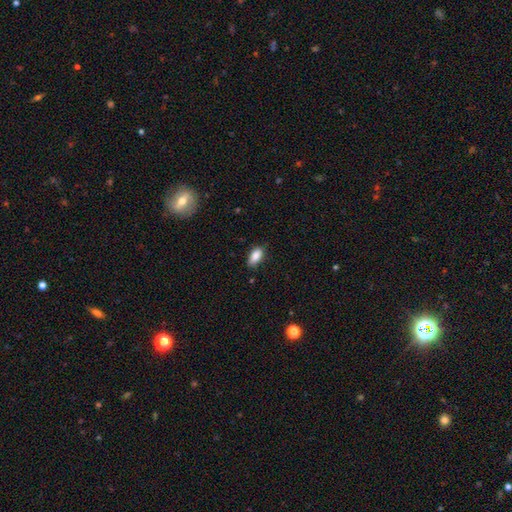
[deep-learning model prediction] This is clearly a smooth galaxy (85%). How rounded: clearly in between (89%). Merging: likely none (74%).